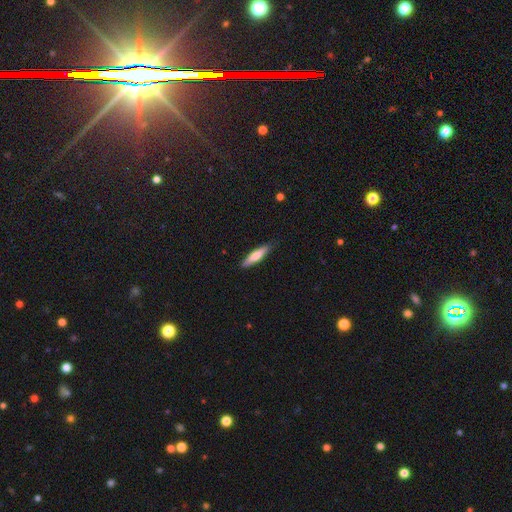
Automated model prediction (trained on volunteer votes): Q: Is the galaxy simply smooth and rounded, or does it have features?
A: smooth — 67%.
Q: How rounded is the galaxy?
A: cigar-shaped — 82%.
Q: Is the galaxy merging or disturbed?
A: none — 87%.